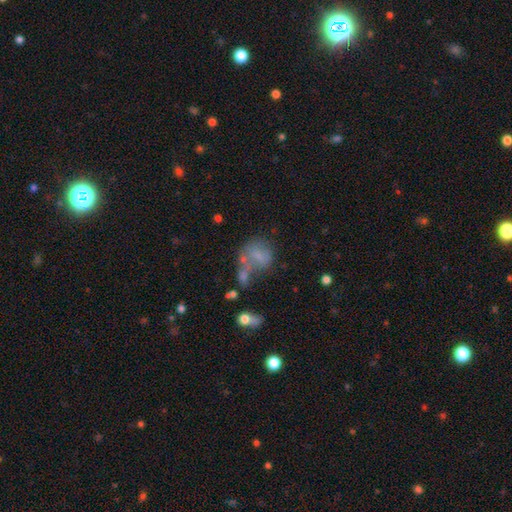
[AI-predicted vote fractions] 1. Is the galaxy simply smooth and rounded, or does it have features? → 53% smooth, 29% featured or disk, 17% star or artifact.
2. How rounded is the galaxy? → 51% in between, 46% round, 2% cigar-shaped.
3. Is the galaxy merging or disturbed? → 30% merger, 28% none, 24% major disturbance, 17% minor disturbance.